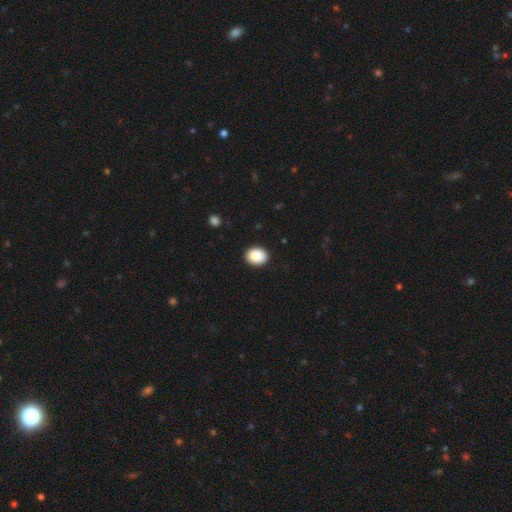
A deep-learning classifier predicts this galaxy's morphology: This appears to be a smooth galaxy with no disk features (85%) that is round (55%). Merging: none (91%).